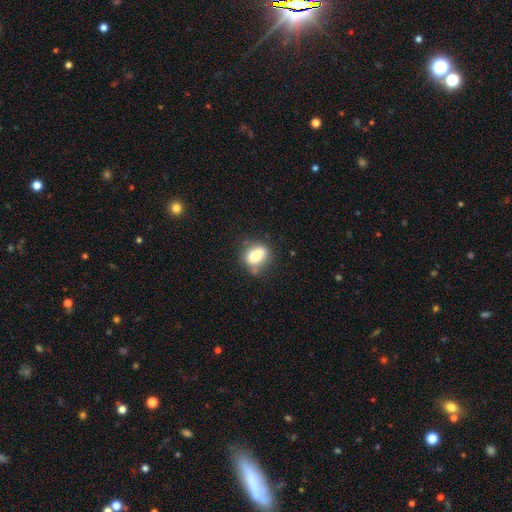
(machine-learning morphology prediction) Smooth or featured? smooth (75%)
How rounded? in between (63%)
Merging? none (62%)